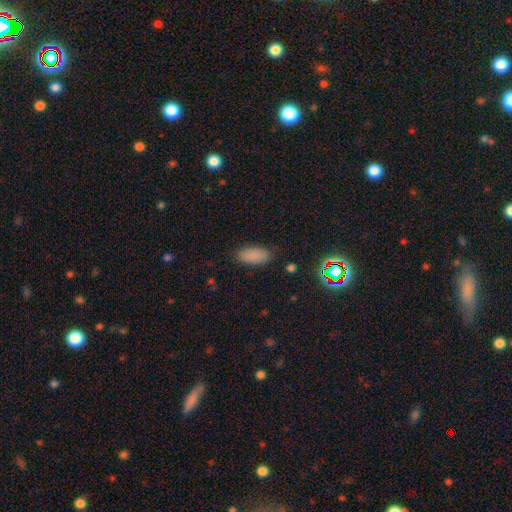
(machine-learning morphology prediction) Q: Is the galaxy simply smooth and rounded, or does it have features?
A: smooth — 85%.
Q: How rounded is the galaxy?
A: in between — 88%.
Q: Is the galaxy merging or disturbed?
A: none — 83%.